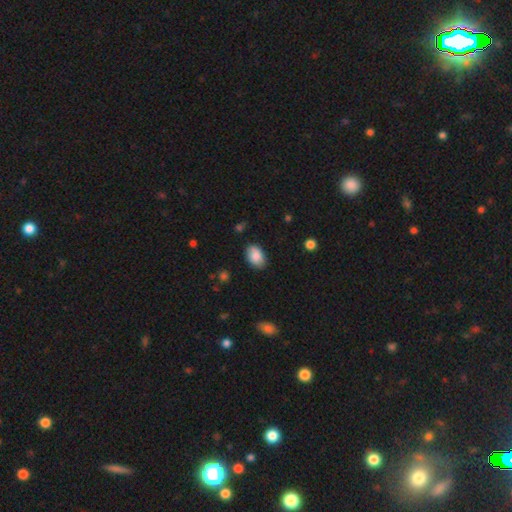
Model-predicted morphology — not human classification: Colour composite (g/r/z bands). It shows a smooth galaxy with no disk features (85%) that is in between round and cigar-shaped (89%). Merging: none (81%).